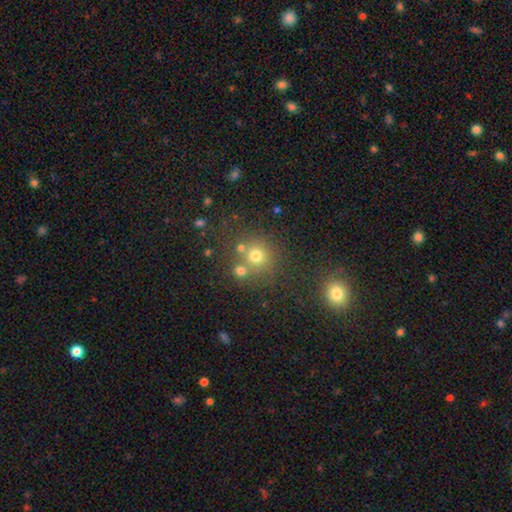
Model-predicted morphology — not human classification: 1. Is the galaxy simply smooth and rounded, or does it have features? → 69% smooth, 20% star or artifact, 11% featured or disk.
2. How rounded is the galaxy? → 89% round, 10% in between, 1% cigar-shaped.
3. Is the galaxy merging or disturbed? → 65% none, 21% merger, 10% minor disturbance, 4% major disturbance.